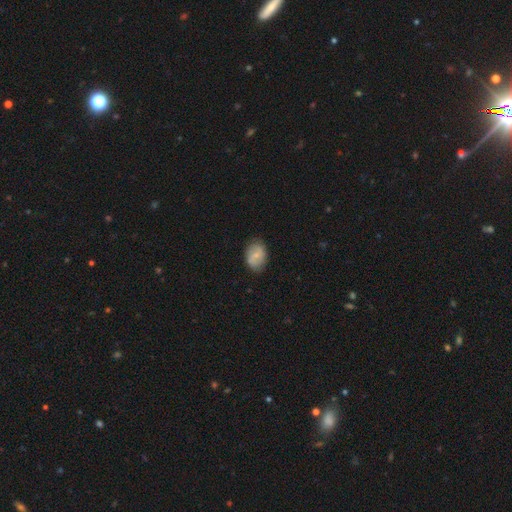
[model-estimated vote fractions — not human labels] Smooth or featured: smooth — 58% (featured or disk — 34%)
How rounded: in between — 75% (round — 23%)
Merging: none — 80% (minor disturbance — 16%)